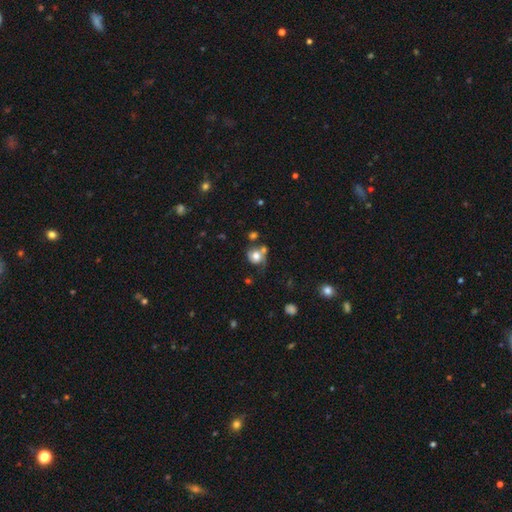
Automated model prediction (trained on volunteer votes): This is likely a smooth galaxy (64%). How rounded: likely round (72%). Merging: marginally none (40%).